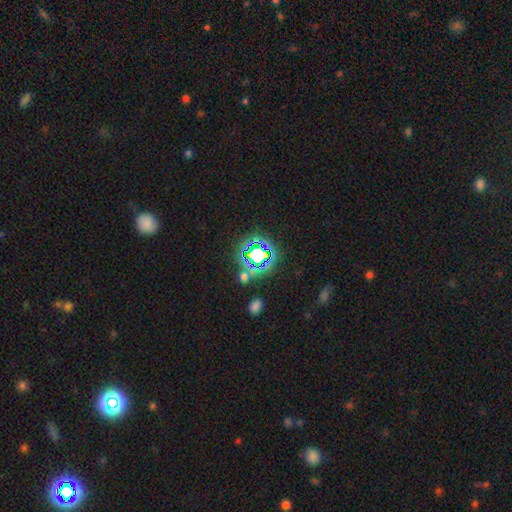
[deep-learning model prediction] Smooth or featured?
  - star or artifact: 70% *
  - smooth: 20%
  - featured or disk: 10%